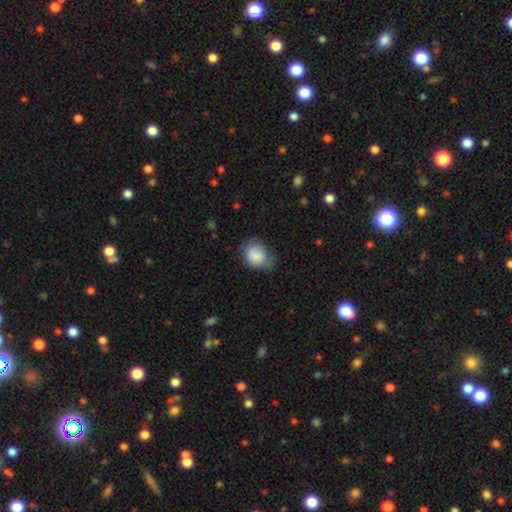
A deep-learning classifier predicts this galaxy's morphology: Smooth or featured? smooth (82%)
How rounded? in between (51%)
Merging? none (52%)